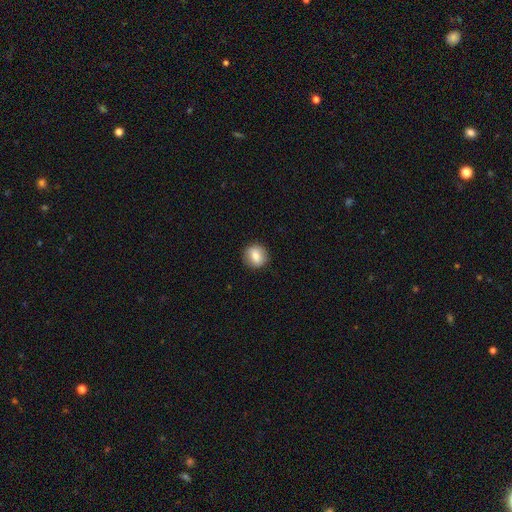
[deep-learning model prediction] A smooth galaxy with no disk features (79%) that is round (82%).

Vote fractions:
- Smooth or featured? smooth: 79% / featured or disk: 13% / star or artifact: 8%
- How rounded? round: 82% / in between: 17% / cigar-shaped: 1%
- Merging? none: 88% / minor disturbance: 8% / major disturbance: 2% / merger: 1%